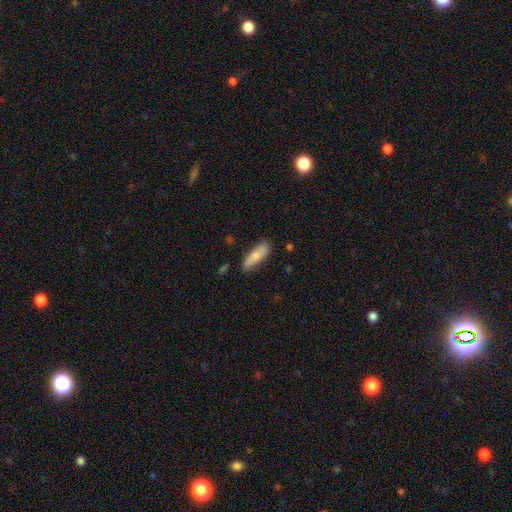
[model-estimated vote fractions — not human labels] A smooth galaxy with no disk features (75%) that is in between round and cigar-shaped (51%). Merging: none (76%).